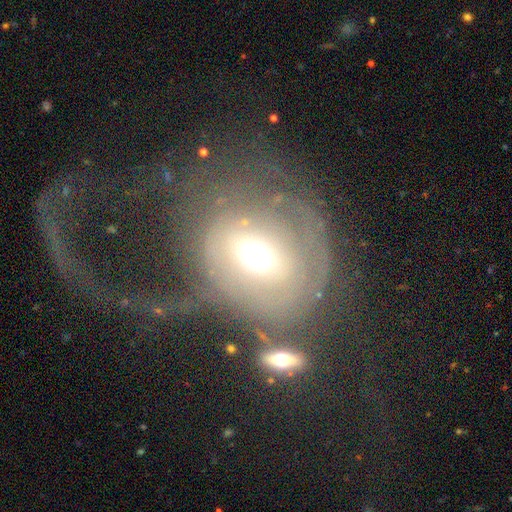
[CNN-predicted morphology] smooth-or-featured: featured or disk: 53% | smooth: 35% | star or artifact: 12%
  disk-edge-on: no: 94% | yes: 6%
    bar: no: 65% | weak: 26% | strong: 10%
    has-spiral-arms: no: 57% | yes: 43%
    bulge-size: moderate: 60% | large: 24% | small: 9% | dominant: 5% | none: 2%
  merging: major disturbance: 49% | none: 26% | minor disturbance: 15% | merger: 10%